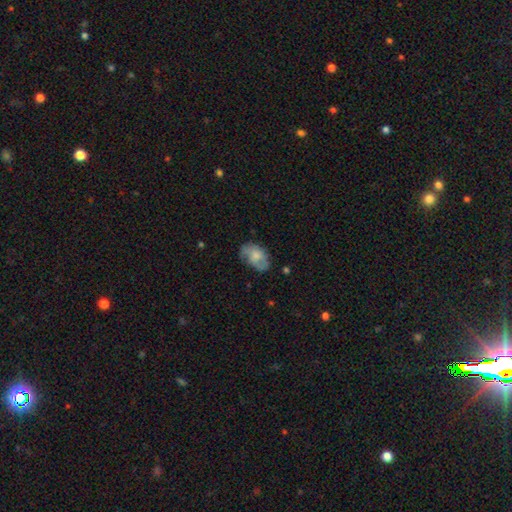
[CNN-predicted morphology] This appears to be a smooth galaxy with no disk features (54%) that is in between round and cigar-shaped (86%). Merging: none (61%).